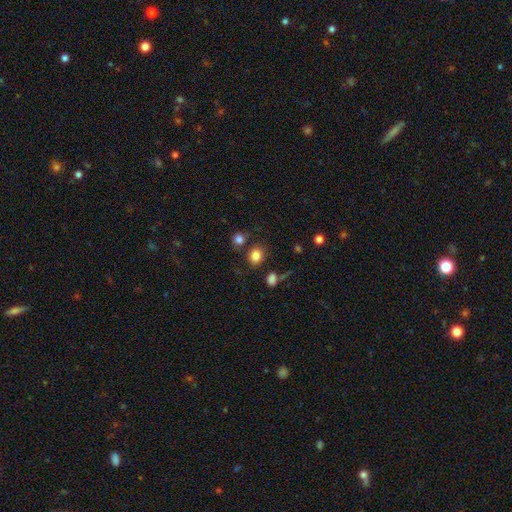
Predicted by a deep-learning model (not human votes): smooth-or-featured: smooth: 82% | star or artifact: 12% | featured or disk: 6%
  how-rounded: round: 66% | in between: 33% | cigar-shaped: 1%
  merging: none: 75% | minor disturbance: 11% | merger: 10% | major disturbance: 4%